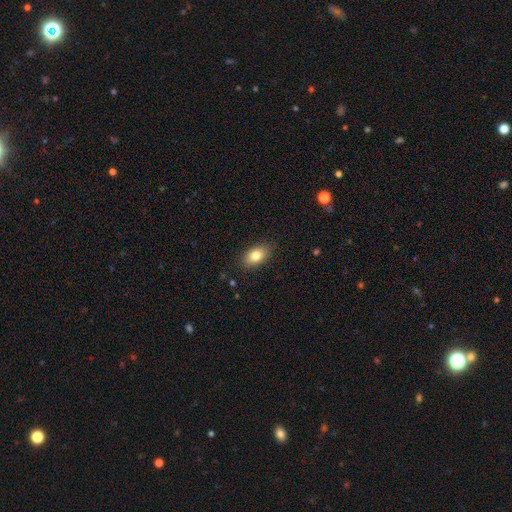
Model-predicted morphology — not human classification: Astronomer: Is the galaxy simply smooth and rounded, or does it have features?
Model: smooth — 81%.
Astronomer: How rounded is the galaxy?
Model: in between — 89%.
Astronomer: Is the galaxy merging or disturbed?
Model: none — 86%.